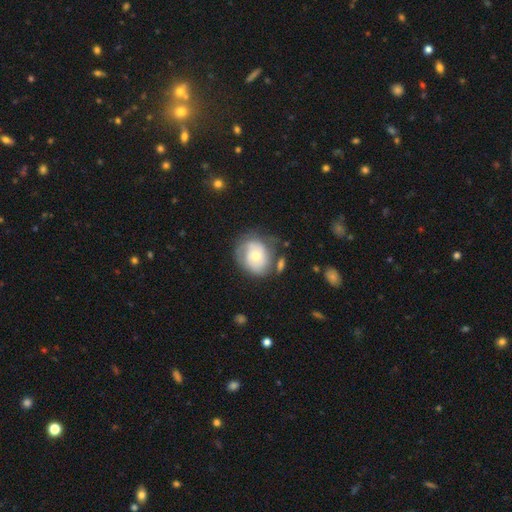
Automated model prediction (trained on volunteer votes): smooth_or_featured: featured or disk (p=0.51) [alt: smooth p=0.42]
disk_edge_on: no (p=0.96) [alt: yes p=0.04]
merging: none (p=0.55) [alt: minor disturbance p=0.25]